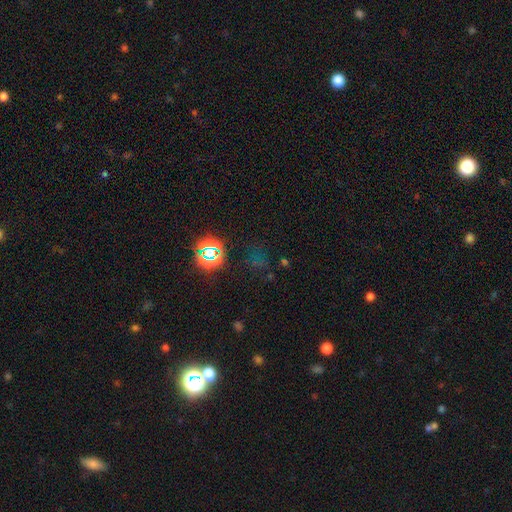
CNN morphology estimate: Overall: star or artifact (67%).